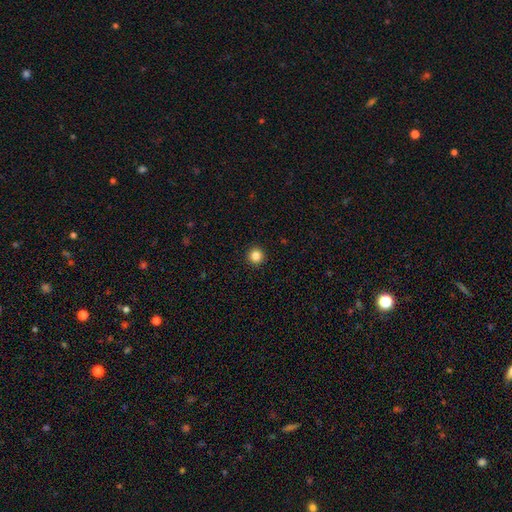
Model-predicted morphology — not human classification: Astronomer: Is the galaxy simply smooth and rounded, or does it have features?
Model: smooth — 85%.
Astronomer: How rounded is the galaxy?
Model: round — 96%.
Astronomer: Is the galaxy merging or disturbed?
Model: none — 94%.